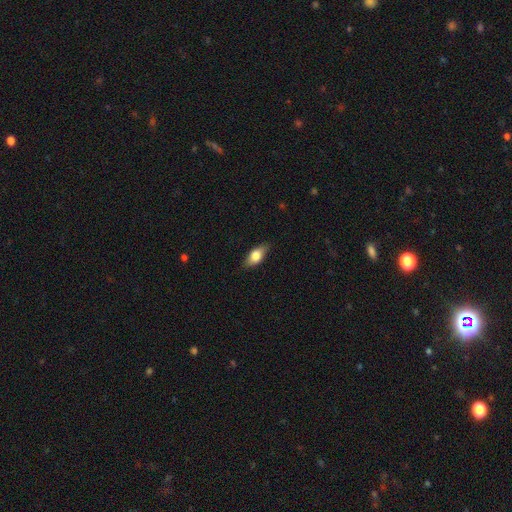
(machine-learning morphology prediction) Smooth or featured?
  - smooth: 72% *
  - featured or disk: 21%
  - star or artifact: 7%
How rounded?
  - in between: 83% *
  - cigar-shaped: 12%
  - round: 5%
Merging?
  - none: 81% *
  - minor disturbance: 15%
  - major disturbance: 3%
  - merger: 1%